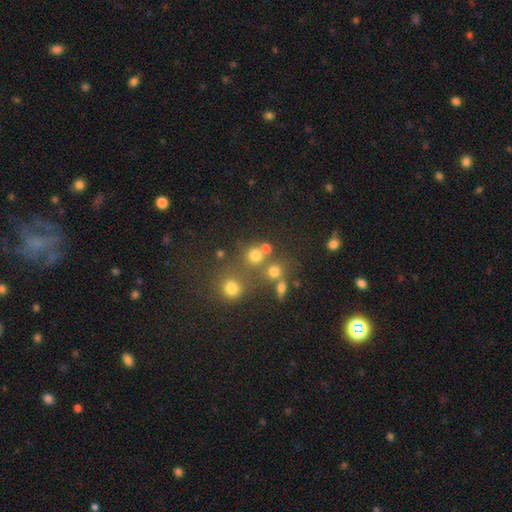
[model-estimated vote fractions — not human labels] Smooth or featured: smooth — 71% (star or artifact — 19%)
How rounded: round — 87% (in between — 12%)
Merging: none — 60% (merger — 26%)